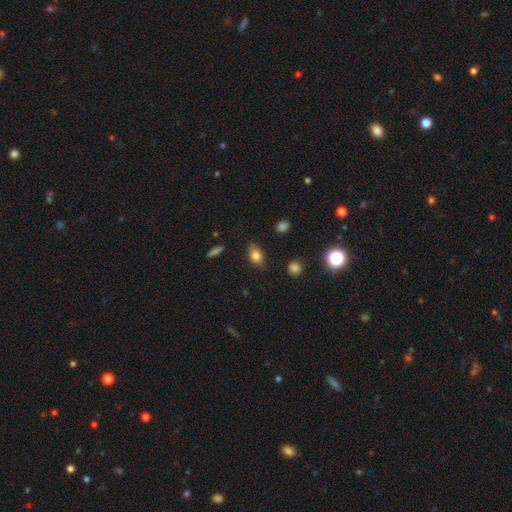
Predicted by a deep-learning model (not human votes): Q: Smooth or featured?
A: smooth (75%); runner-up: featured or disk (15%)
Q: How rounded?
A: in between (79%); runner-up: round (14%)
Q: Merging?
A: none (80%); runner-up: minor disturbance (16%)